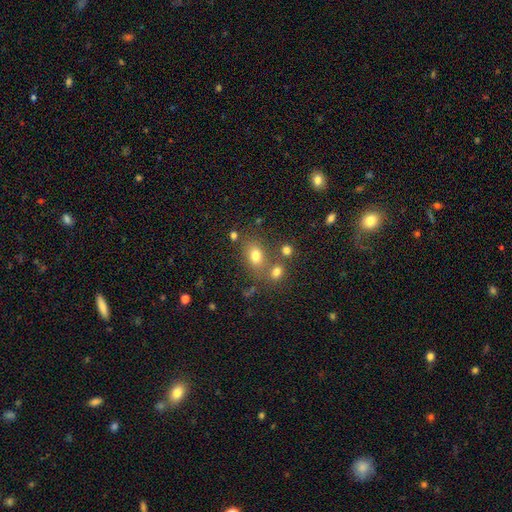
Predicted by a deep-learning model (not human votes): Smooth or featured? Predicted: smooth (p=0.74). How rounded? Predicted: in between (p=0.68). Merging? Predicted: none (p=0.62).